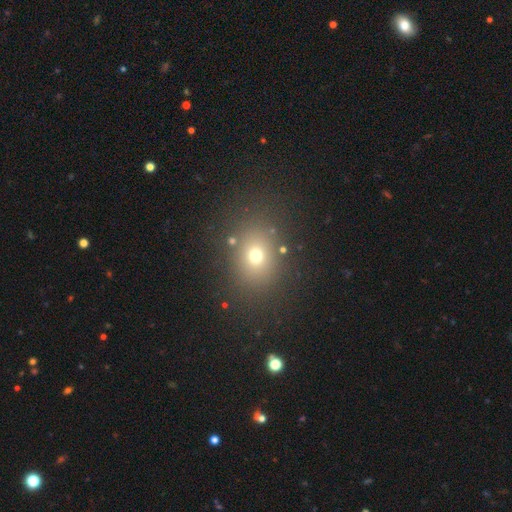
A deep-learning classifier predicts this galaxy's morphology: type=smooth (69%); roundness=round (57%); merging=none (82%).